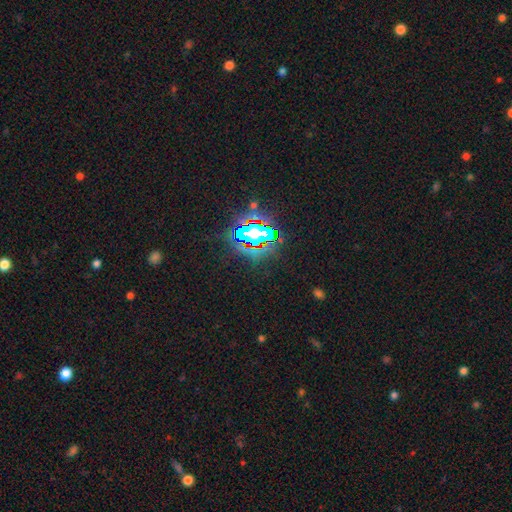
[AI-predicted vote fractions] smooth_or_featured: star or artifact (p=0.86) [alt: smooth p=0.08]